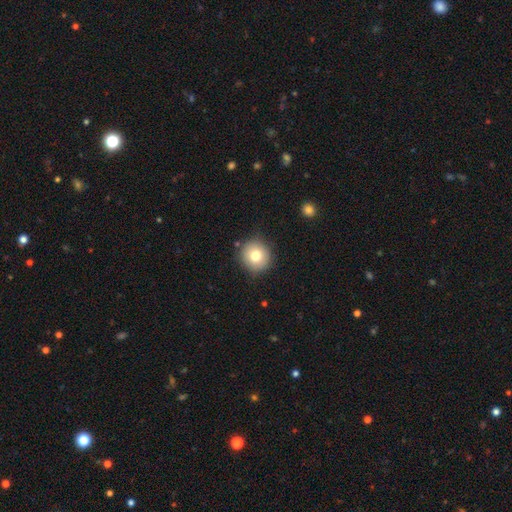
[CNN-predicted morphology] A smooth galaxy with no disk features (77%) that is round (92%).

Vote fractions:
- Smooth or featured? smooth: 77% / featured or disk: 13% / star or artifact: 10%
- How rounded? round: 92% / in between: 7% / cigar-shaped: 1%
- Merging? none: 86% / minor disturbance: 10% / major disturbance: 3% / merger: 2%